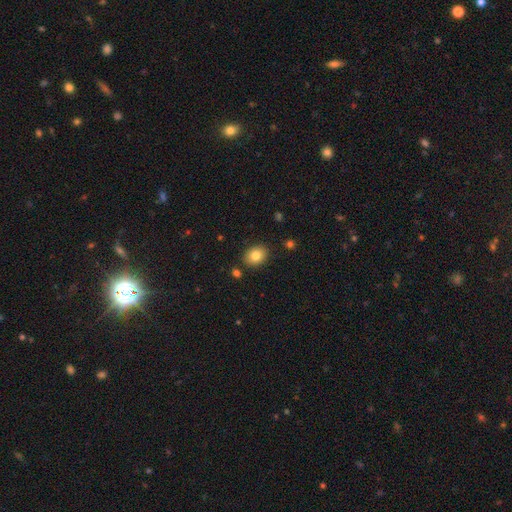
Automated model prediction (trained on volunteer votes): Morphology: type=smooth (81%); roundness=in between (56%); merging=none (87%).